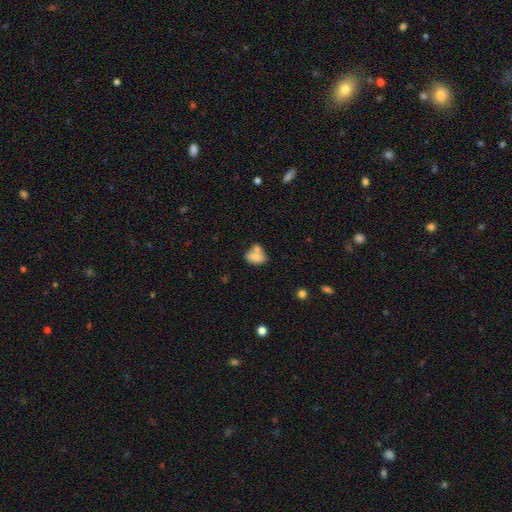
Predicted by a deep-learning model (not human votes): Smooth or featured: smooth — 75% (featured or disk — 16%)
How rounded: in between — 75% (round — 24%)
Merging: merger — 41% (none — 40%)